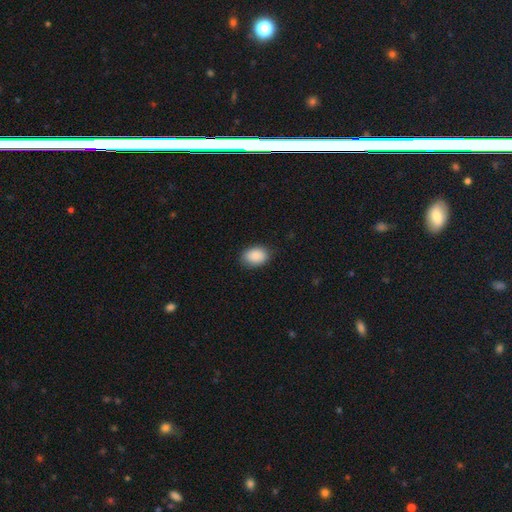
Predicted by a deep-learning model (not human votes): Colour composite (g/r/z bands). It shows a smooth galaxy with no disk features (90%) that is in between round and cigar-shaped (81%). Merging: none (84%).